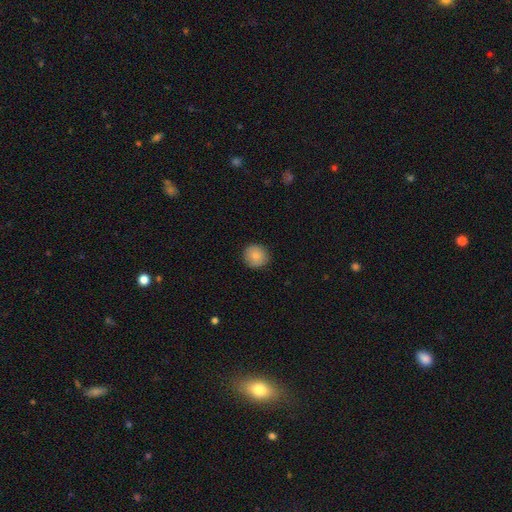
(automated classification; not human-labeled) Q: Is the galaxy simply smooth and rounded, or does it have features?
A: smooth — 84%.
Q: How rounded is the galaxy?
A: round — 92%.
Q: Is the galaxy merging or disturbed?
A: none — 90%.